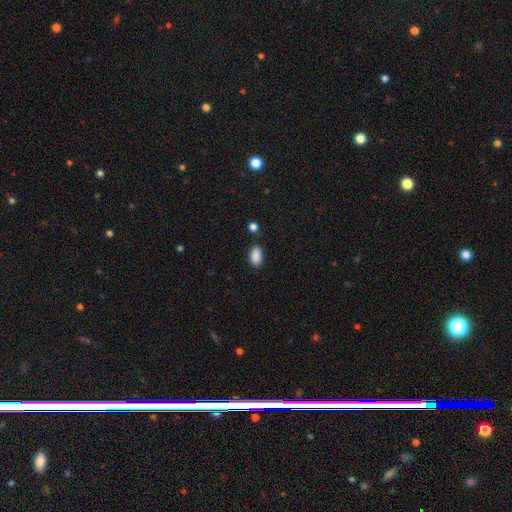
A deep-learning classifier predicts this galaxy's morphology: smooth-or-featured: smooth: 89% | star or artifact: 8% | featured or disk: 3%
  how-rounded: in between: 92% | round: 6% | cigar-shaped: 2%
  merging: none: 81% | minor disturbance: 12% | merger: 4% | major disturbance: 3%